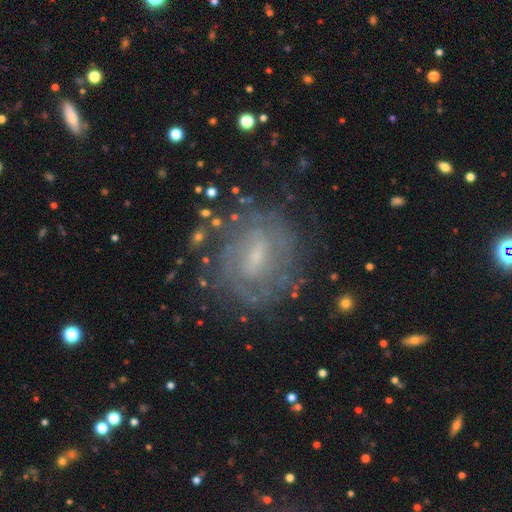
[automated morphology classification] A featured or disk galaxy (76%) with a weak bar (58%), tight (62%) spiral arms (87%) and a small central bulge (54%).

Vote fractions:
- Smooth or featured? featured or disk: 76% / smooth: 14% / star or artifact: 9%
- Edge-on disk? no: 96% / yes: 4%
- Bar? weak: 58% / strong: 22% / no: 19%
- Spiral arms? yes: 87% / no: 13%
- Spiral winding? tight: 62% / medium: 29% / loose: 9%
- Spiral arm count? can't tell: 47% / 2: 29% / 3: 9% / 4: 6% / 1: 5% / more than 4: 4%
- Bulge size? small: 54% / moderate: 30% / none: 12% / large: 3% / dominant: 1%
- Merging? none: 76% / minor disturbance: 15% / major disturbance: 7% / merger: 2%